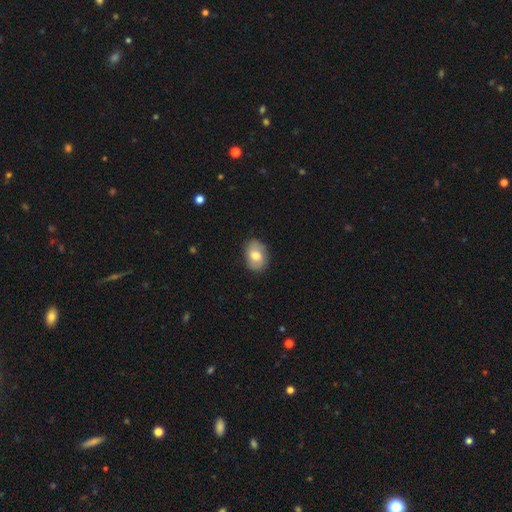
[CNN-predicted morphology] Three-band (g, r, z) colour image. It shows a smooth galaxy with no disk features (65%) that is in between round and cigar-shaped (74%). Merging: none (81%).